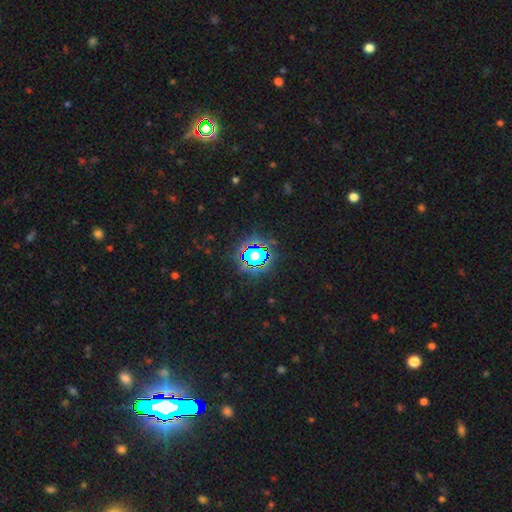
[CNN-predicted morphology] This is likely a star or artifact rather than a galaxy (64%).